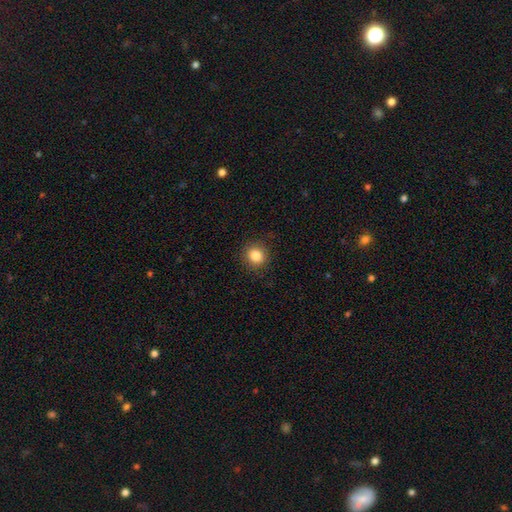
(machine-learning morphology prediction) A smooth galaxy with no disk features (84%) that is round (89%).

Vote fractions:
- Smooth or featured? smooth: 84% / star or artifact: 11% / featured or disk: 5%
- How rounded? round: 89% / in between: 10% / cigar-shaped: 1%
- Merging? none: 90% / minor disturbance: 7% / major disturbance: 2% / merger: 1%